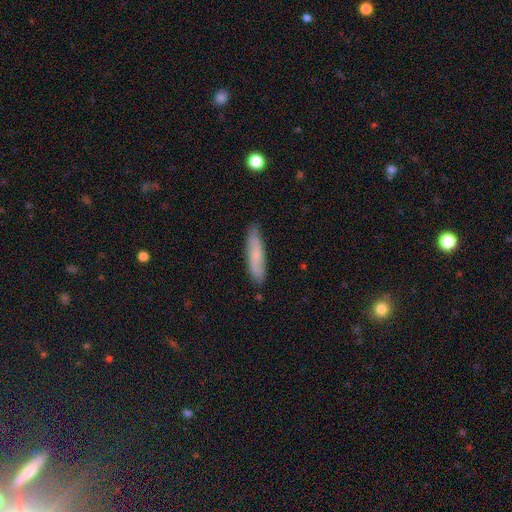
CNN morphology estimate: Overall: smooth (71%). How rounded: cigar-shaped (79%). Merging: none (84%).